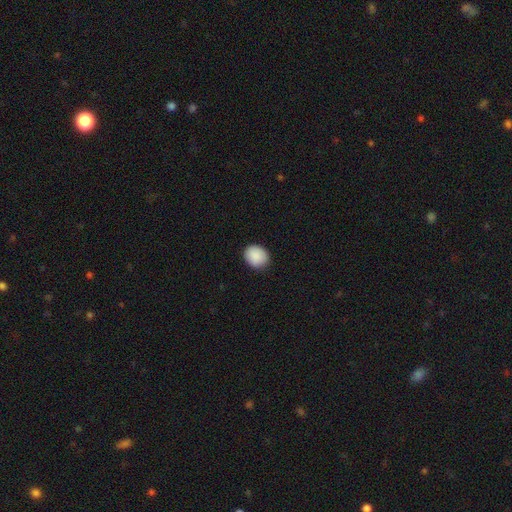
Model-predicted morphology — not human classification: The model was most divided on "how rounded": round: 66%, in between: 33%, cigar-shaped: 1%. More confident: smooth or featured — smooth (90%); merging — none (87%).